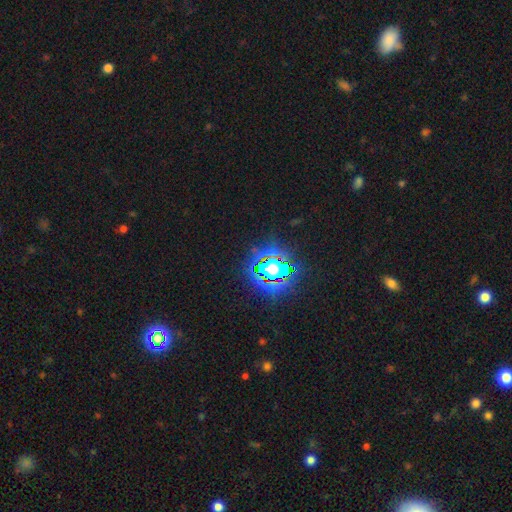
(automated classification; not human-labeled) Smooth or featured? star or artifact (83%)